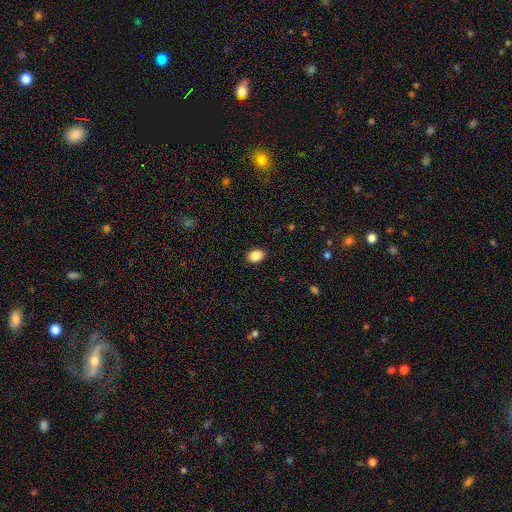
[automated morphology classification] smooth-or-featured: smooth: 87% | star or artifact: 9% | featured or disk: 4%
  how-rounded: in between: 72% | round: 27% | cigar-shaped: 1%
  merging: none: 90% | minor disturbance: 7% | major disturbance: 2% | merger: 1%